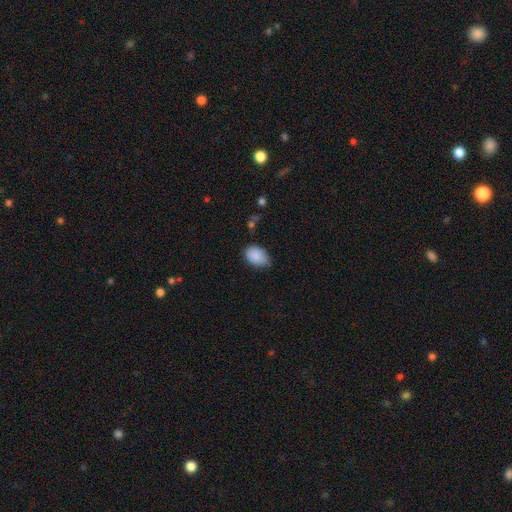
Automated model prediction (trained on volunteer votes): smooth-or-featured: smooth: 87% | star or artifact: 8% | featured or disk: 5%
  how-rounded: in between: 84% | round: 15% | cigar-shaped: 1%
  merging: none: 63% | minor disturbance: 31% | major disturbance: 5% | merger: 2%